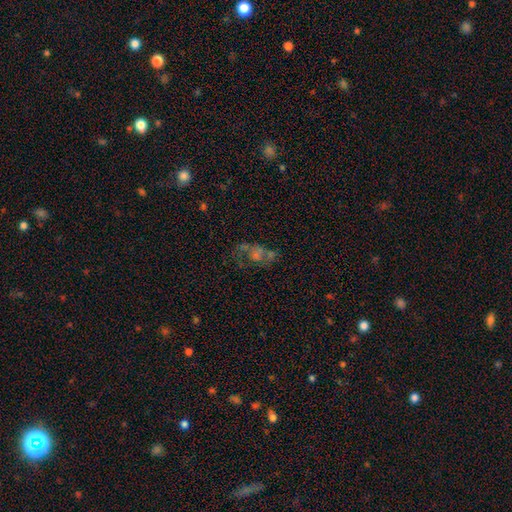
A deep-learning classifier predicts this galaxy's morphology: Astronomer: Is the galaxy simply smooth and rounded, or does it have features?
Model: featured or disk — 45% (runner-up: smooth, 29%).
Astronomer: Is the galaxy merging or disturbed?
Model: none — 37% (runner-up: major disturbance, 30%).